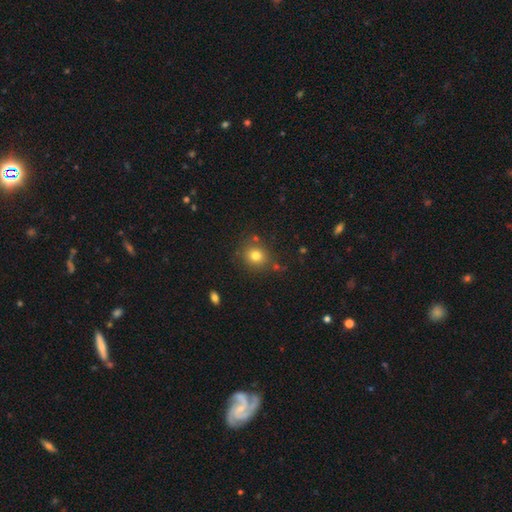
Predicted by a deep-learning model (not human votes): Smooth or featured? smooth (78%)
How rounded? round (80%)
Merging? none (80%)